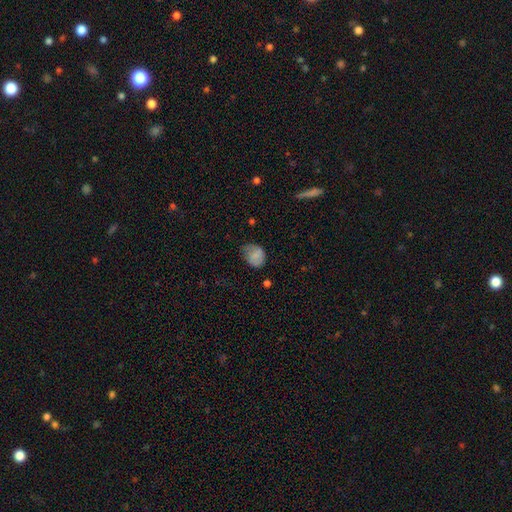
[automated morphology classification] smooth-or-featured: smooth: 74% | featured or disk: 17% | star or artifact: 9%
  how-rounded: in between: 52% | round: 47% | cigar-shaped: 1%
  merging: none: 48% | minor disturbance: 37% | major disturbance: 13% | merger: 2%